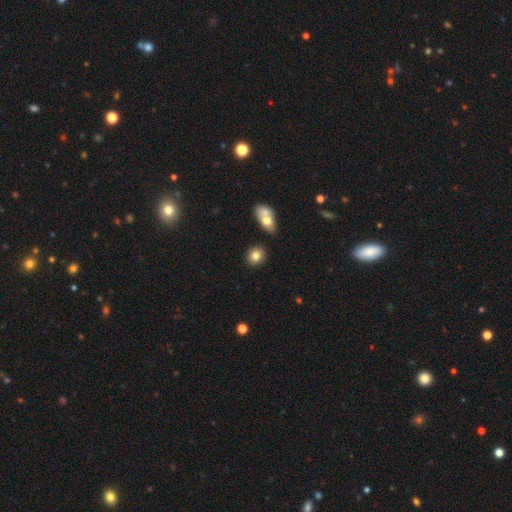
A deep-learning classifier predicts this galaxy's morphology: This appears to be a smooth galaxy with no disk features (81%) that is round (70%). Merging: none (81%).